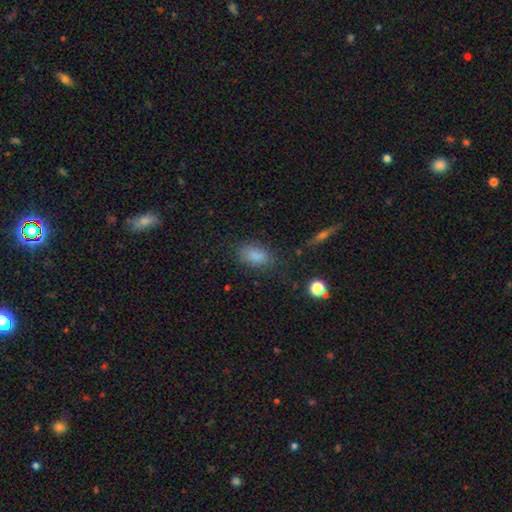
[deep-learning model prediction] This is clearly a smooth galaxy (82%). How rounded: clearly in between (88%). Merging: likely none (72%).